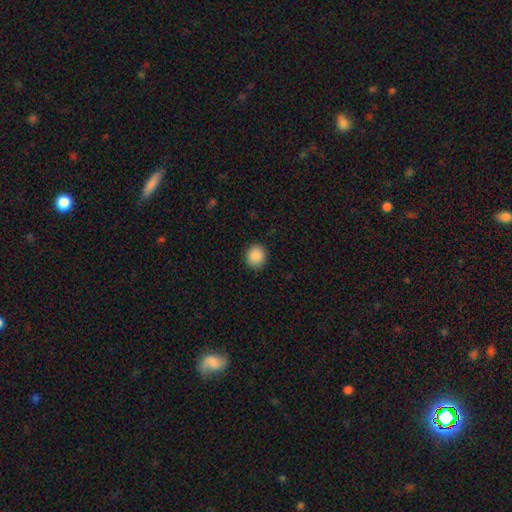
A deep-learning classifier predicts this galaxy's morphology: smooth 88%, star or artifact 8%, featured or disk 3%. Down the decision tree: how rounded — round (84%); merging — none (90%).